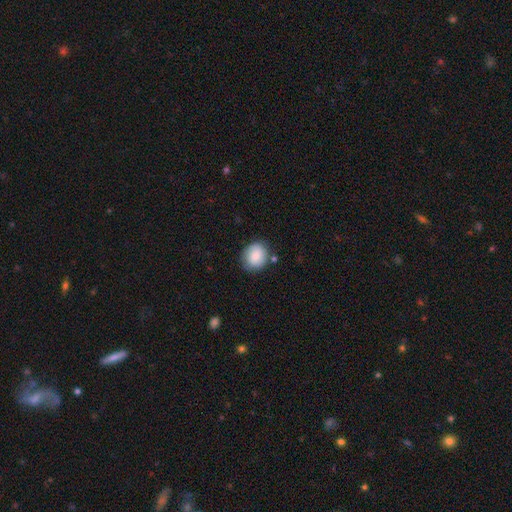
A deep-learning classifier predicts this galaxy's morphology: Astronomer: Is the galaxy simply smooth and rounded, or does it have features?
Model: smooth — 81%.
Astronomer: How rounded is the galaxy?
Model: round — 69%.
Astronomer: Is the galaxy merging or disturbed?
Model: none — 76%.